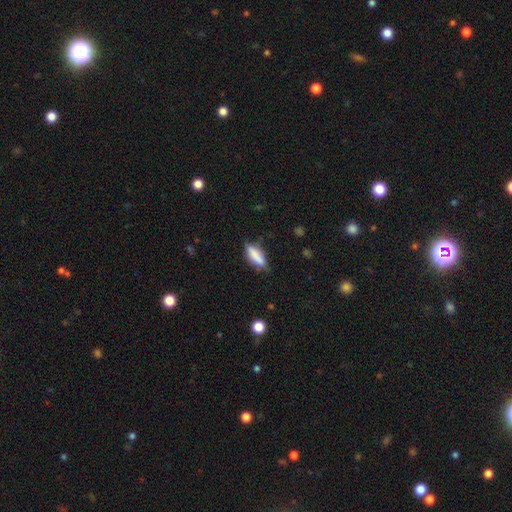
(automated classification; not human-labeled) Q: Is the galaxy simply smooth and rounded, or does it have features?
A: smooth — 81%.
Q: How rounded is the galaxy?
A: in between — 57%.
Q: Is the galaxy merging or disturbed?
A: none — 70%.